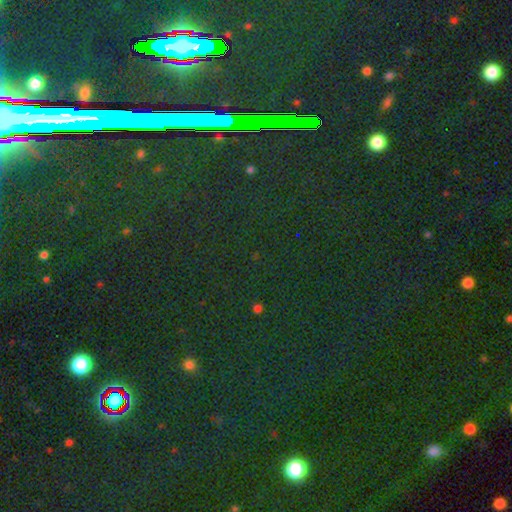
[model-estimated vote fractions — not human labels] Smooth or featured? star or artifact (84%)